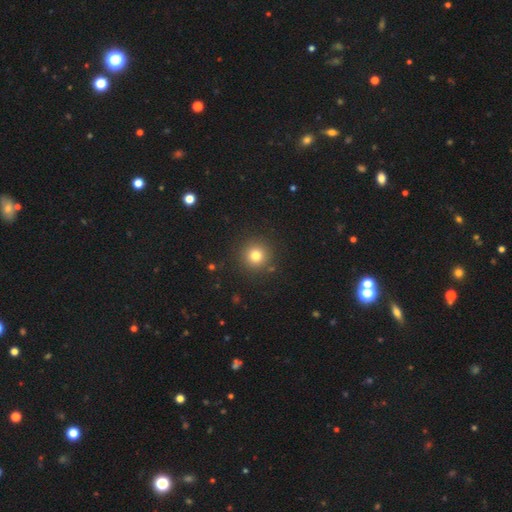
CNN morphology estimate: This appears to be a smooth galaxy with no disk features (78%) that is round (95%). Merging: none (90%).